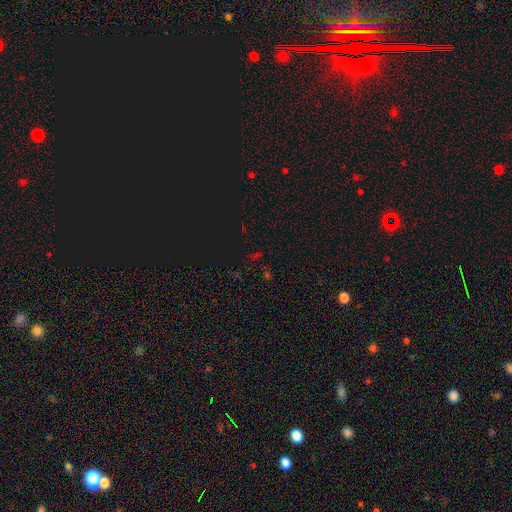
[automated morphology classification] smooth_or_featured: star or artifact (p=0.68) [alt: smooth p=0.23]